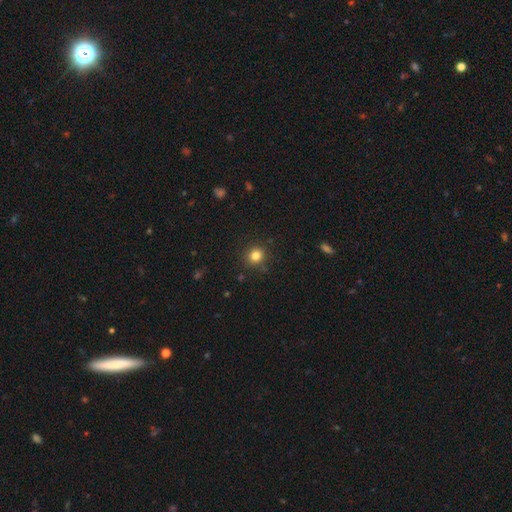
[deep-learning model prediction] A smooth galaxy with no disk features (82%) that is round (86%).

Vote fractions:
- Smooth or featured? smooth: 82% / star or artifact: 13% / featured or disk: 5%
- How rounded? round: 86% / in between: 13% / cigar-shaped: 1%
- Merging? none: 88% / minor disturbance: 8% / major disturbance: 2% / merger: 2%